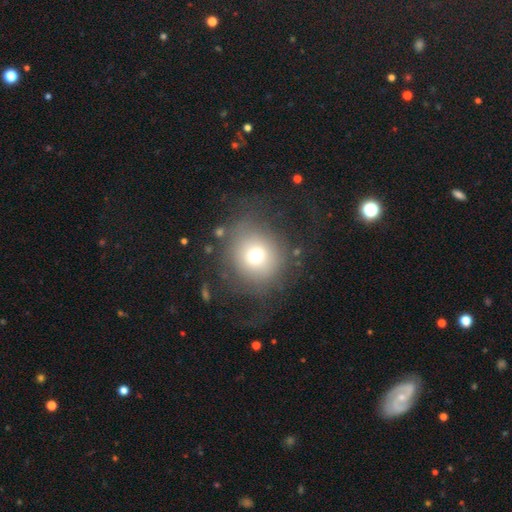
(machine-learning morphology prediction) A smooth galaxy with no disk features (68%) that is round (90%). Merging: none (70%).